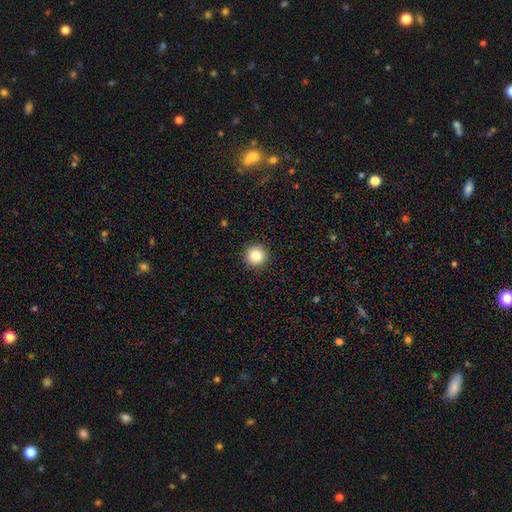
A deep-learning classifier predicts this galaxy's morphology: Smooth or featured?
  - smooth: 84% *
  - star or artifact: 10%
  - featured or disk: 6%
How rounded?
  - round: 96% *
  - in between: 3%
  - cigar-shaped: 1%
Merging?
  - none: 92% *
  - minor disturbance: 5%
  - major disturbance: 2%
  - merger: 1%